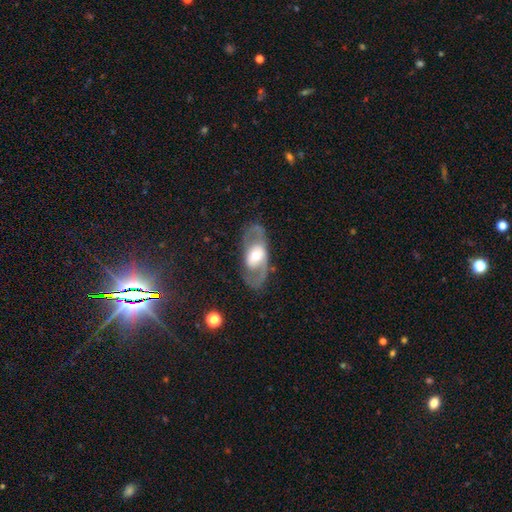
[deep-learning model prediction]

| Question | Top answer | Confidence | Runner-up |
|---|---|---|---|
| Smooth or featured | featured or disk | 74% | smooth (21%) |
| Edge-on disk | no | 90% | yes (10%) |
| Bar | no | 56% | weak (28%) |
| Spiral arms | yes | 64% | no (36%) |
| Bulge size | moderate | 63% | large (20%) |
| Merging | none | 79% | minor disturbance (12%) |